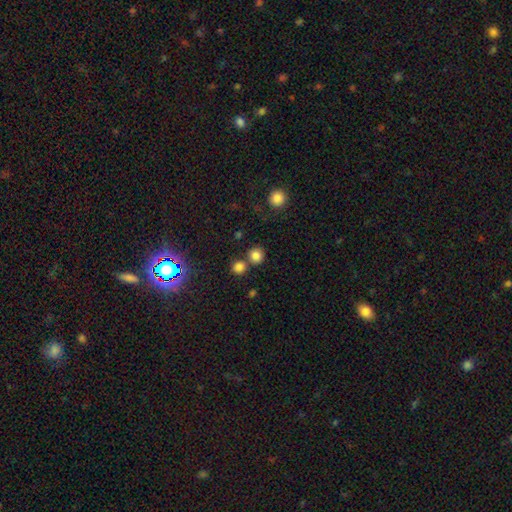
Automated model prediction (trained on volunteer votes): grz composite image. It shows a smooth galaxy with no disk features (81%) that is round (89%). Merging: none (69%).